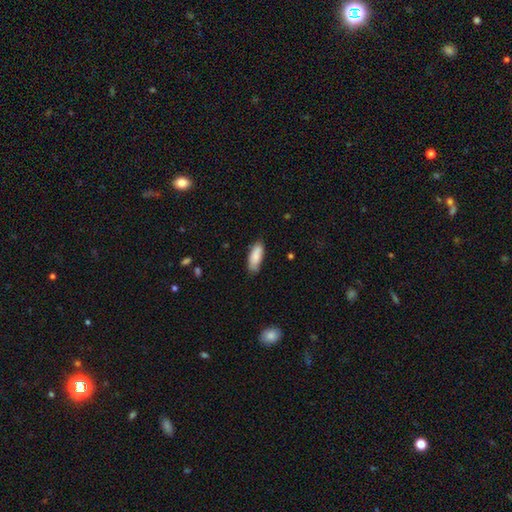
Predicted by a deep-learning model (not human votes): Smooth or featured? smooth (84%)
How rounded? in between (75%)
Merging? none (73%)